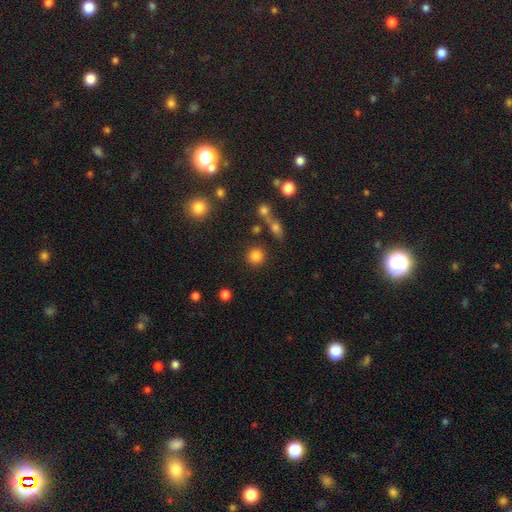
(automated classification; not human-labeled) Morphology: type=smooth (81%); roundness=round (91%); merging=none (83%).